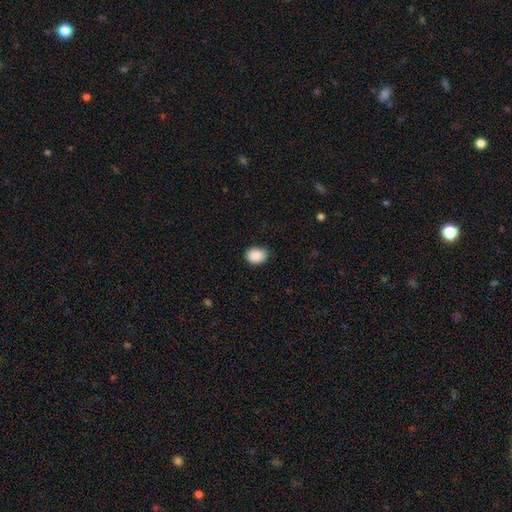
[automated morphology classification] This is clearly a smooth galaxy (89%). How rounded: possibly in between (55%). Merging: likely none (76%).